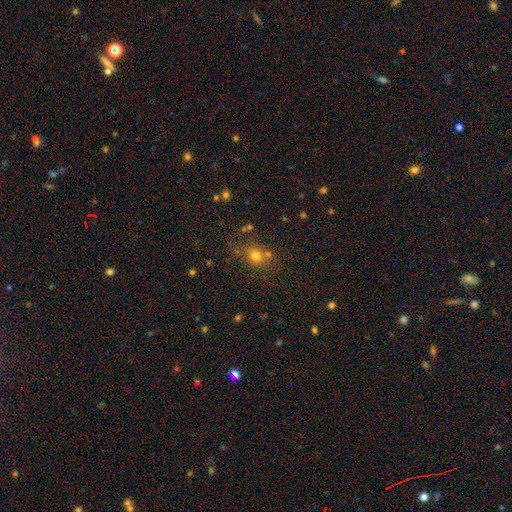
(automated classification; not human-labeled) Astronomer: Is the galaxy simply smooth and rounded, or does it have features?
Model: smooth — 71%.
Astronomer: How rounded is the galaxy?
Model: round — 72%.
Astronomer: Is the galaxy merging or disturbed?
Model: none — 67%.